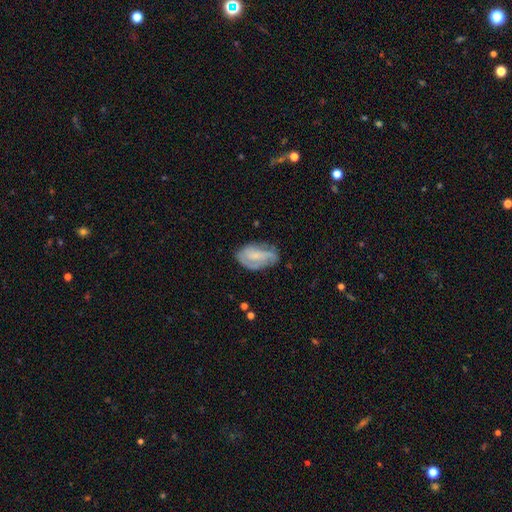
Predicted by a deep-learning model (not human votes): Smooth or featured? featured or disk (58%)
Edge-on disk? no (96%)
Bar? no (49%)
Spiral arms? yes (81%)
Bulge size? small (41%)
Merging? none (61%)